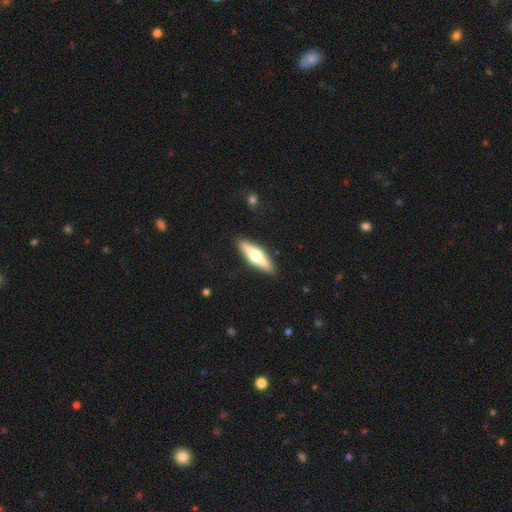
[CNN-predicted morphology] This is possibly a featured or disk galaxy (54%). It is clearly viewed edge-on (92%). Edge-on bulge: clearly rounded (95%). Merging: clearly none (90%).